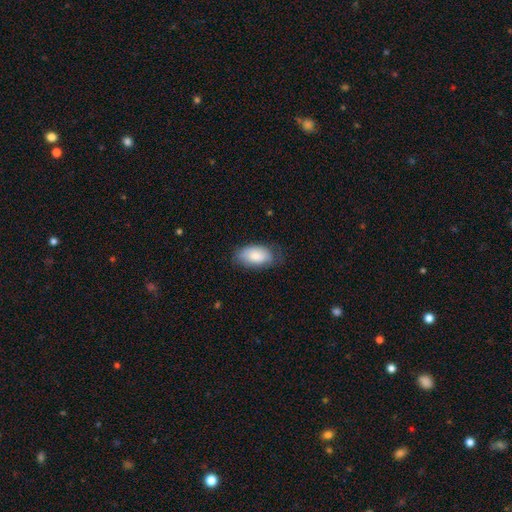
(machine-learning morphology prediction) smooth_or_featured: smooth (p=0.80) [alt: featured or disk p=0.14]
how_rounded: in between (p=0.94) [alt: round p=0.04]
merging: none (p=0.66) [alt: minor disturbance p=0.26]